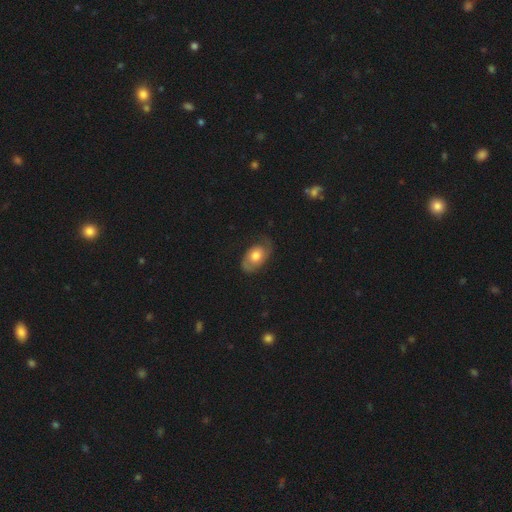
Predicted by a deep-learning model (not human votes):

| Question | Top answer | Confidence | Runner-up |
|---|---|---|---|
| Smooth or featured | featured or disk | 47% | smooth (46%) |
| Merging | none | 60% | minor disturbance (26%) |